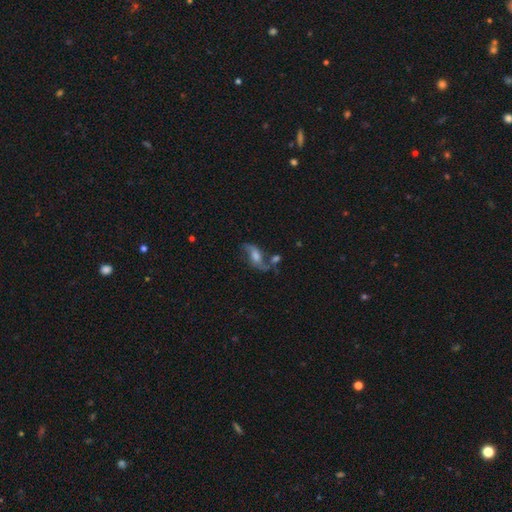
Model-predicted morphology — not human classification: smooth-or-featured: featured or disk: 74% | smooth: 17% | star or artifact: 10%
  disk-edge-on: no: 92% | yes: 8%
    bar: no: 47% | weak: 39% | strong: 14%
    has-spiral-arms: yes: 91% | no: 9%
      spiral-winding: loose: 74% | medium: 21% | tight: 5%
      spiral-arm-count: 2: 89% | 1: 5% | can't tell: 4% | 3: 1% | 4: 1% | more than 4: 1%
    bulge-size: moderate: 46% | small: 22% | large: 20% | none: 9% | dominant: 3%
  merging: none: 52% | minor disturbance: 17% | merger: 17% | major disturbance: 14%